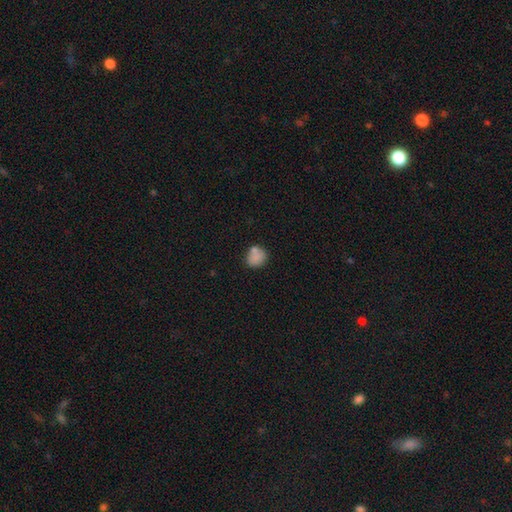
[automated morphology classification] type=smooth (82%); roundness=round (75%); merging=none (65%).